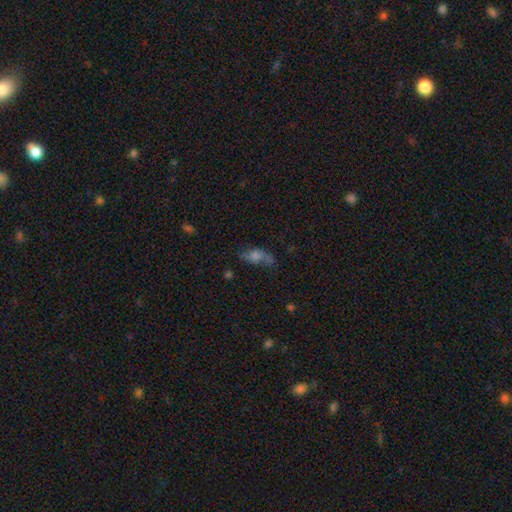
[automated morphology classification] Smooth or featured: smooth — 53% (featured or disk — 30%)
How rounded: in between — 74% (cigar-shaped — 14%)
Merging: none — 40% (minor disturbance — 28%)